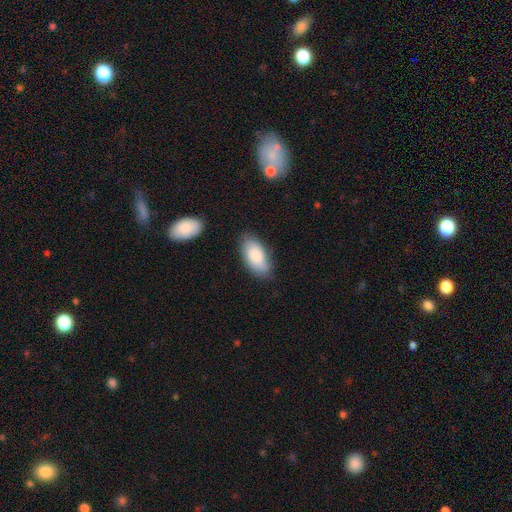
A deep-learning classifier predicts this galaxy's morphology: type=smooth (76%); roundness=in between (93%); merging=none (75%).